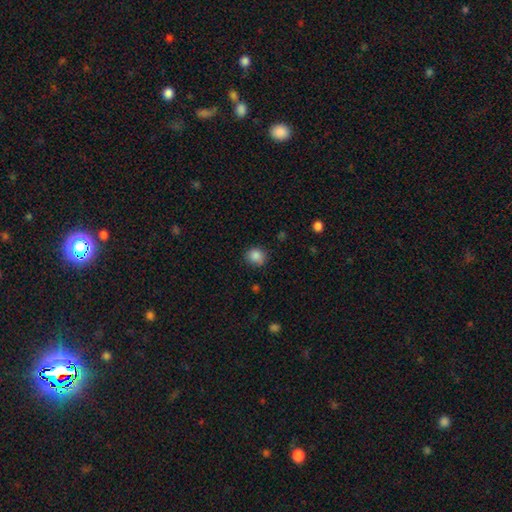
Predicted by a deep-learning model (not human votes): This appears to be a smooth galaxy with no disk features (86%) that is round (77%). Merging: none (81%).